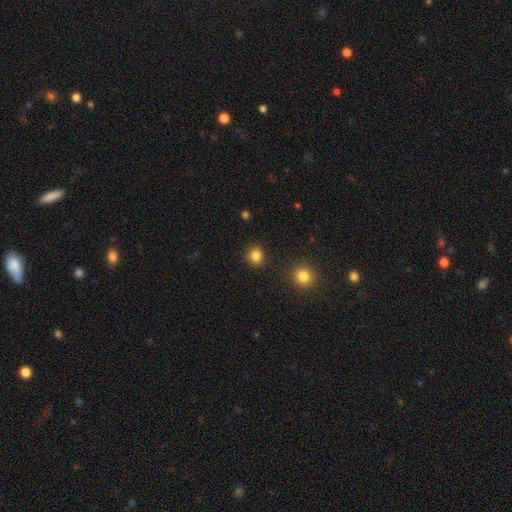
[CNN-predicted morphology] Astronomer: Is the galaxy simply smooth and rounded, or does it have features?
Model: smooth — 83%.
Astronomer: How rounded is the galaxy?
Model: round — 82%.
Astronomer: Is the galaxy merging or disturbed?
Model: none — 88%.